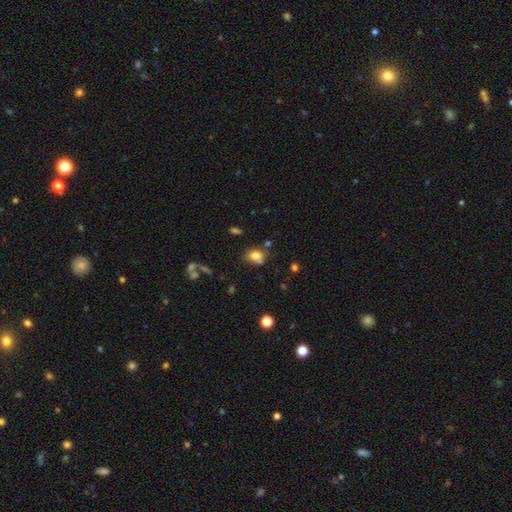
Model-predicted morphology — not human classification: Overall: smooth (77%). How rounded: in between (51%; round 48%). Merging: none (55%; minor disturbance 22%).